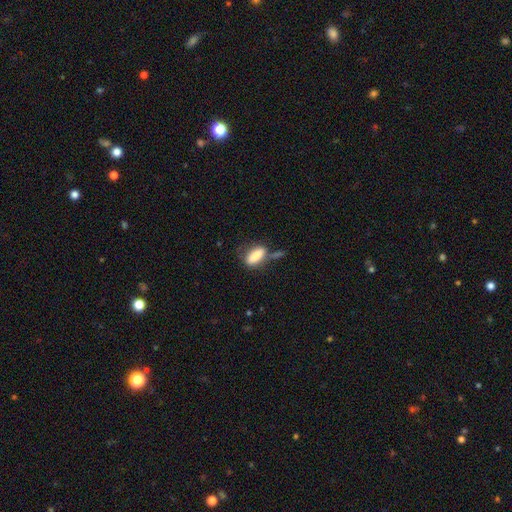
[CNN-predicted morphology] Overall: smooth (77%). How rounded: in between (73%). Merging: none (51%; minor disturbance 22%).